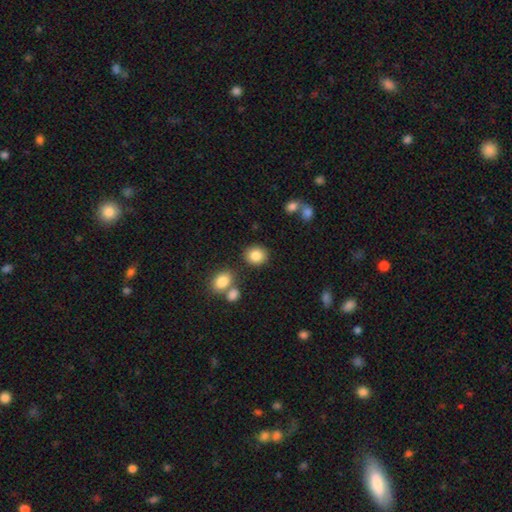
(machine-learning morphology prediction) A smooth galaxy with no disk features (85%) that is round (75%).

Vote fractions:
- Smooth or featured? smooth: 85% / star or artifact: 9% / featured or disk: 6%
- How rounded? round: 75% / in between: 24% / cigar-shaped: 1%
- Merging? none: 82% / minor disturbance: 9% / merger: 6% / major disturbance: 3%